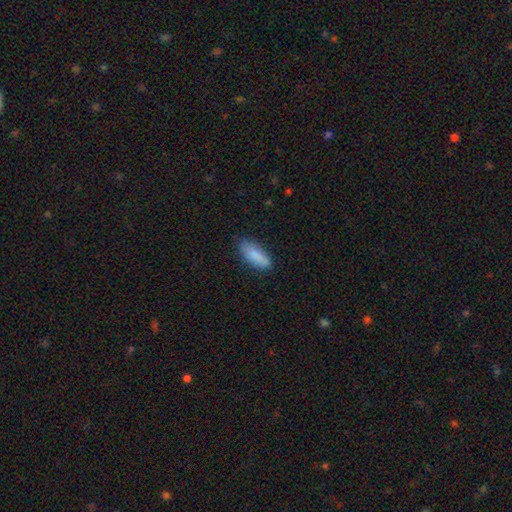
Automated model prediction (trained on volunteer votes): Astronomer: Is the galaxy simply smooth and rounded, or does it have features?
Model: smooth — 86%.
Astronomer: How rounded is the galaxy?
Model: in between — 74%.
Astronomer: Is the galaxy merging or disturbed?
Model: none — 76%.